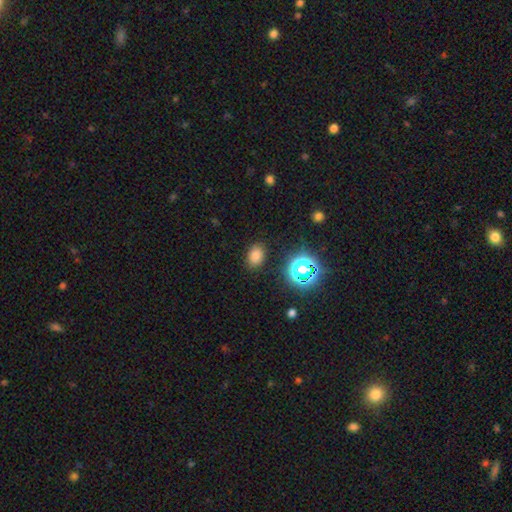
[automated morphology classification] smooth 75%, star or artifact 19%, featured or disk 5%. Down the decision tree: how rounded — in between (73%); merging — none (86%).